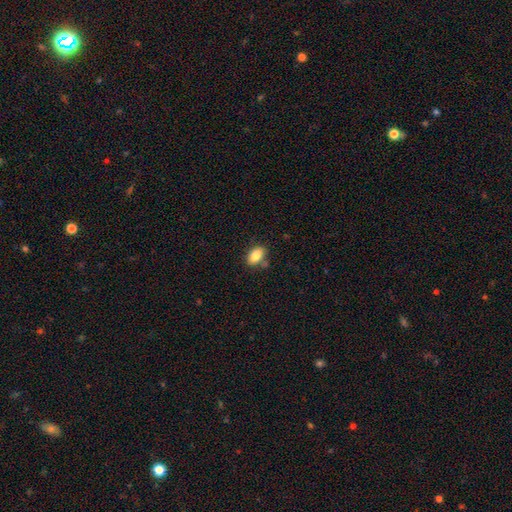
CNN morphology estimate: Smooth or featured?
  - smooth: 82% *
  - featured or disk: 10%
  - star or artifact: 8%
How rounded?
  - in between: 88% *
  - round: 10%
  - cigar-shaped: 2%
Merging?
  - none: 77% *
  - minor disturbance: 13%
  - merger: 7%
  - major disturbance: 3%